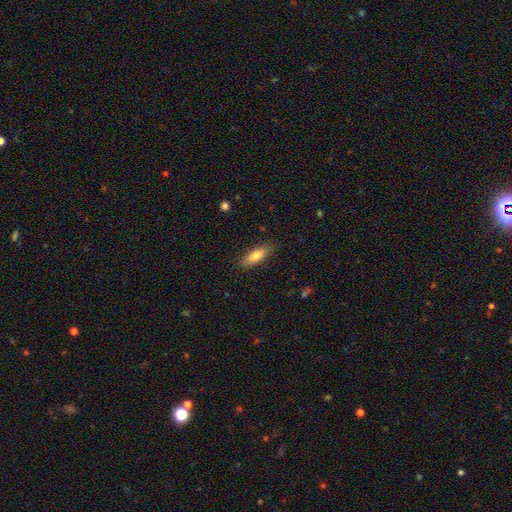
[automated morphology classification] Smooth or featured: smooth — 80% (featured or disk — 14%)
How rounded: in between — 65% (cigar-shaped — 33%)
Merging: none — 86% (minor disturbance — 11%)